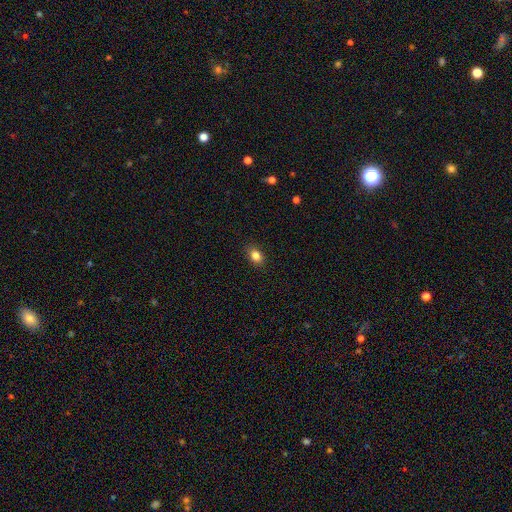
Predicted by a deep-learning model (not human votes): Q: Smooth or featured?
A: smooth (84%); runner-up: star or artifact (10%)
Q: How rounded?
A: in between (70%); runner-up: round (29%)
Q: Merging?
A: none (88%); runner-up: minor disturbance (9%)